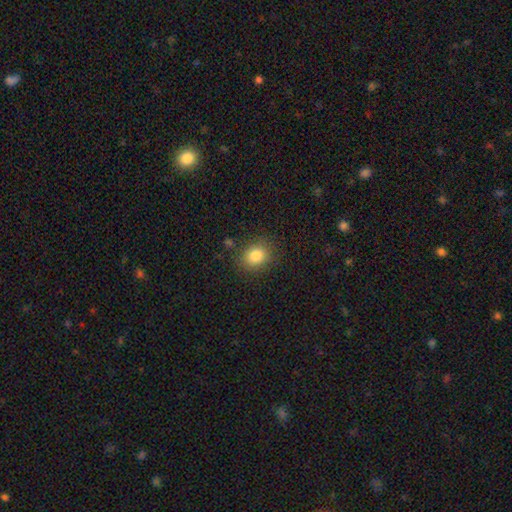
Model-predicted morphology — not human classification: Smooth or featured? Predicted: smooth (p=0.83). How rounded? Predicted: round (p=0.59). Merging? Predicted: none (p=0.83).